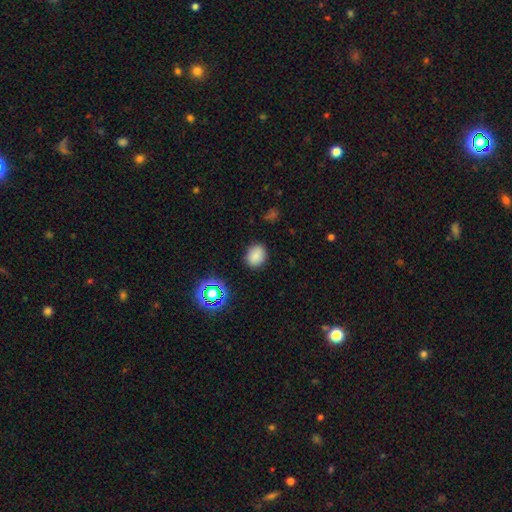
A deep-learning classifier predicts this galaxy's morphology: Smooth or featured? Predicted: smooth (p=0.81). How rounded? Predicted: round (p=0.54). Merging? Predicted: none (p=0.86).